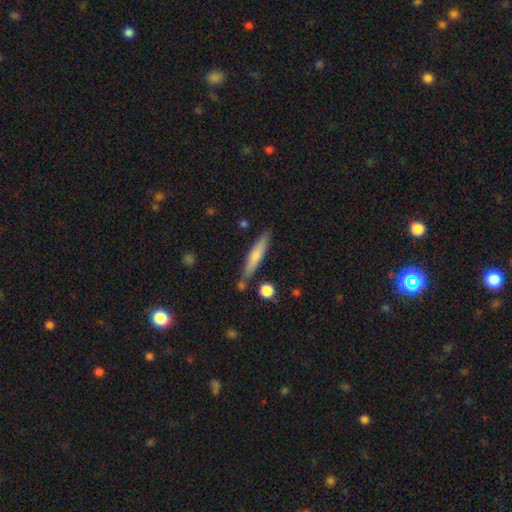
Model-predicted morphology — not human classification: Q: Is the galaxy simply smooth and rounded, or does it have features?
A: smooth — 64%.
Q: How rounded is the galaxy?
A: cigar-shaped — 89%.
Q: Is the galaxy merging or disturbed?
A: none — 79%.